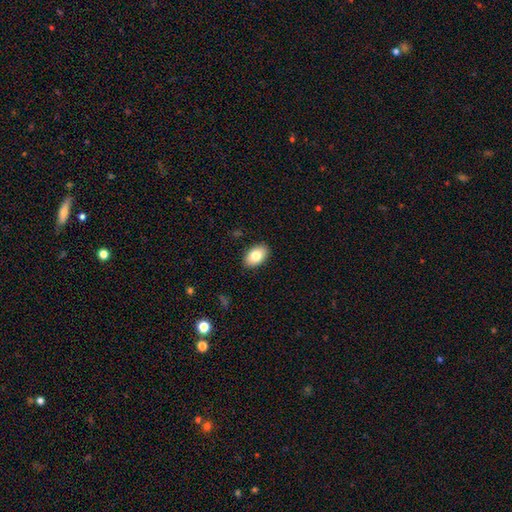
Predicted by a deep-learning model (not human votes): Smooth or featured: smooth — 81% (featured or disk — 11%)
How rounded: in between — 91% (round — 8%)
Merging: none — 89% (minor disturbance — 8%)